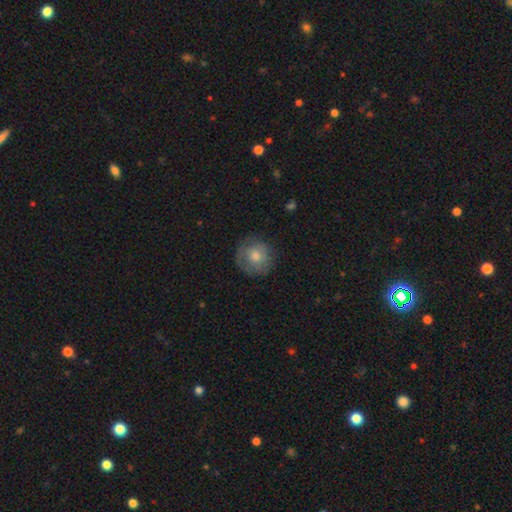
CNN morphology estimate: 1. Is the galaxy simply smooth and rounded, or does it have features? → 64% smooth, 27% featured or disk, 9% star or artifact.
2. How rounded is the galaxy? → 93% round, 6% in between, 1% cigar-shaped.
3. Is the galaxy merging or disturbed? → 79% none, 15% minor disturbance, 5% major disturbance, 1% merger.